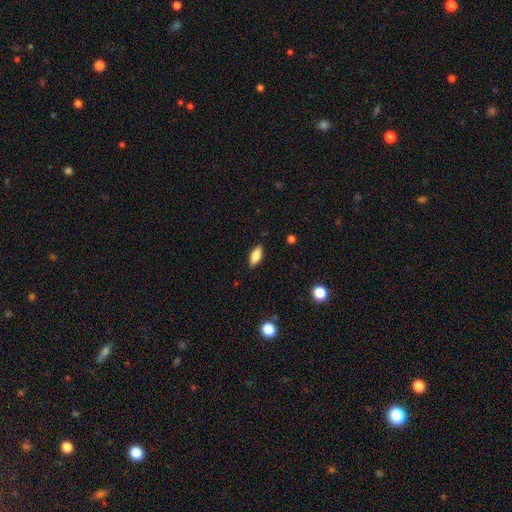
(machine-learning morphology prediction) The model was most divided on "smooth or featured": smooth: 76%, featured or disk: 17%, star or artifact: 7%. More confident: merging — none (87%); how rounded — in between (80%).